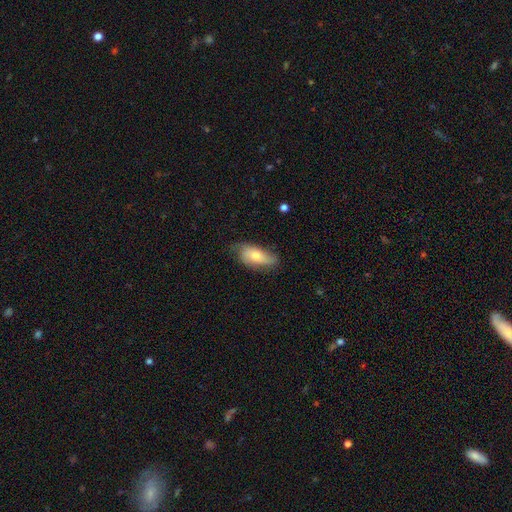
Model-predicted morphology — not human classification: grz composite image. It shows a smooth galaxy with no disk features (57%) that is in between round and cigar-shaped (84%). Merging: none (62%).